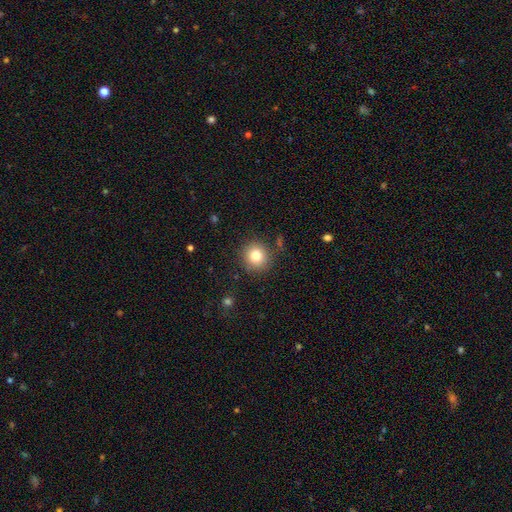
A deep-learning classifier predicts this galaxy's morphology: A smooth galaxy with no disk features (80%) that is round (92%). Merging: none (87%).